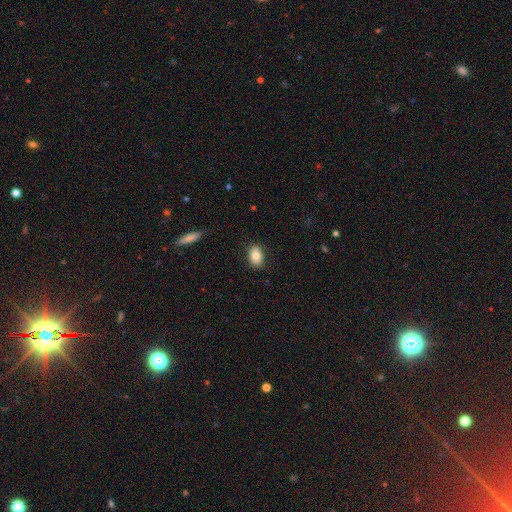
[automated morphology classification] Q: Smooth or featured?
A: smooth (79%); runner-up: featured or disk (13%)
Q: How rounded?
A: in between (83%); runner-up: round (15%)
Q: Merging?
A: none (84%); runner-up: minor disturbance (12%)